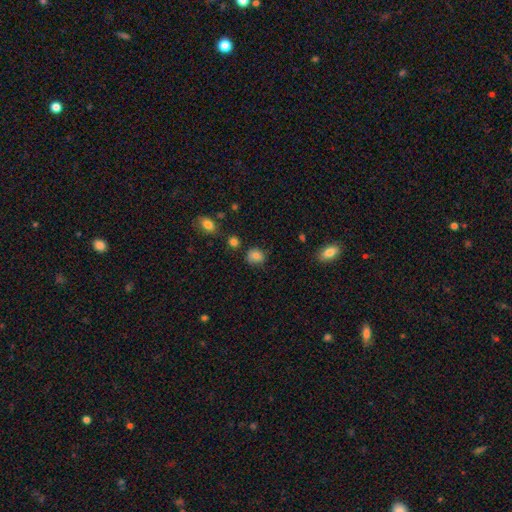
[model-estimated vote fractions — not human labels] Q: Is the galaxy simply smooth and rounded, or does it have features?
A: smooth — 79%.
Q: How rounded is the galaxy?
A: round — 74%.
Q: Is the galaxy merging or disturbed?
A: none — 73%.